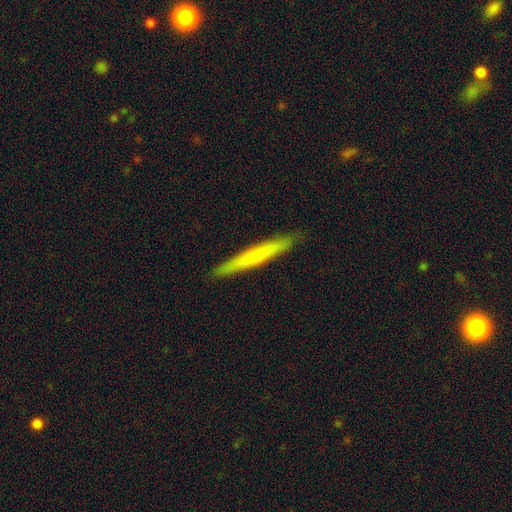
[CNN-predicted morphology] The model was most divided on "smooth or featured": smooth: 58%, featured or disk: 36%, star or artifact: 5%. More confident: how rounded — cigar-shaped (96%); merging — none (91%).